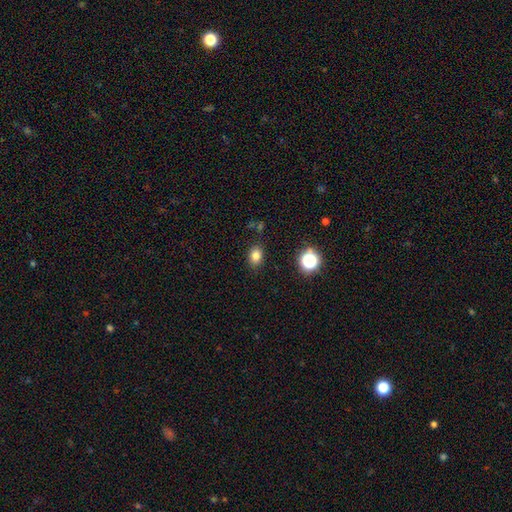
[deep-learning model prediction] The model was most divided on "how rounded": in between: 64%, round: 35%, cigar-shaped: 1%. More confident: merging — none (83%); smooth or featured — smooth (80%).